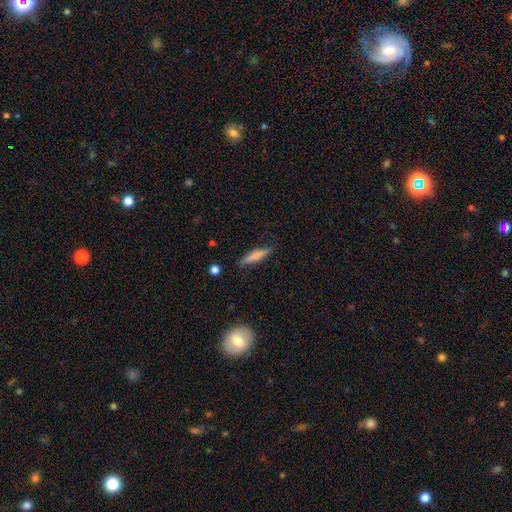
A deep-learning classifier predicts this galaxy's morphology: A smooth galaxy with no disk features (72%) that is cigar-shaped (82%). Merging: none (84%).